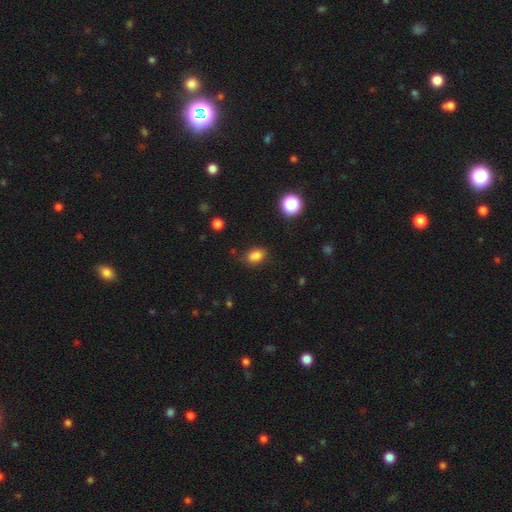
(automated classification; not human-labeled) Smooth or featured? Predicted: smooth (p=0.82). How rounded? Predicted: in between (p=0.78). Merging? Predicted: none (p=0.76).